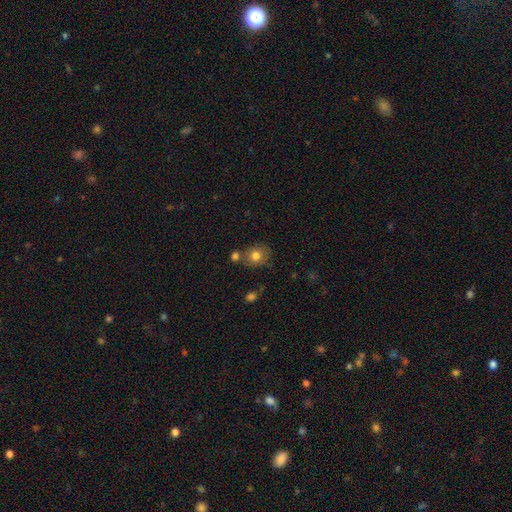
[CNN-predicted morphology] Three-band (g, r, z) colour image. It shows a smooth galaxy with no disk features (79%) that is round (72%). Merging: none (67%).